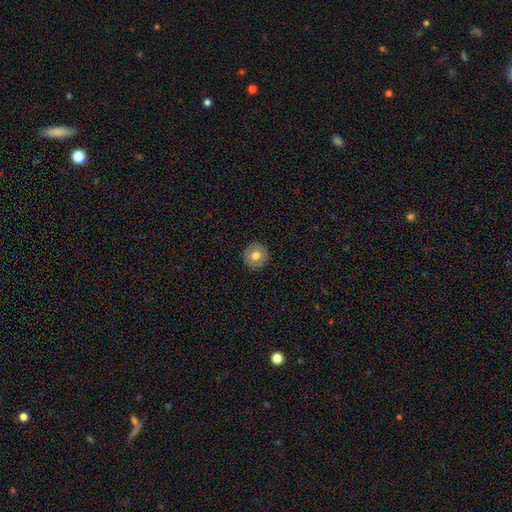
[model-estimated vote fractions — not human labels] smooth_or_featured: smooth (p=0.68) [alt: featured or disk p=0.24]
how_rounded: round (p=0.94) [alt: in between p=0.05]
merging: none (p=0.91) [alt: minor disturbance p=0.06]